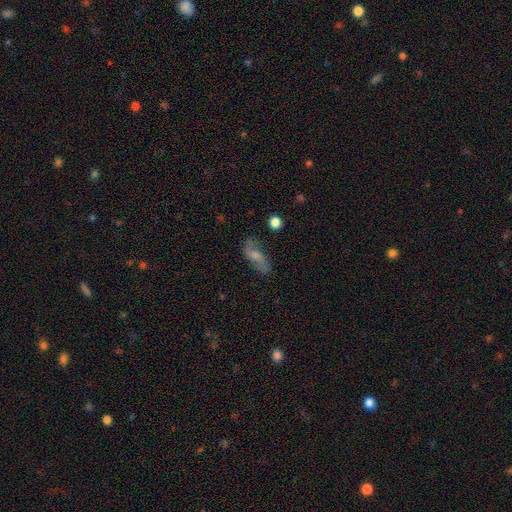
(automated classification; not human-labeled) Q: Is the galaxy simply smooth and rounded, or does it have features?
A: featured or disk — 51%.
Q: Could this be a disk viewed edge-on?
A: no — 90%.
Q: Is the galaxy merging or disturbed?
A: none — 62%.